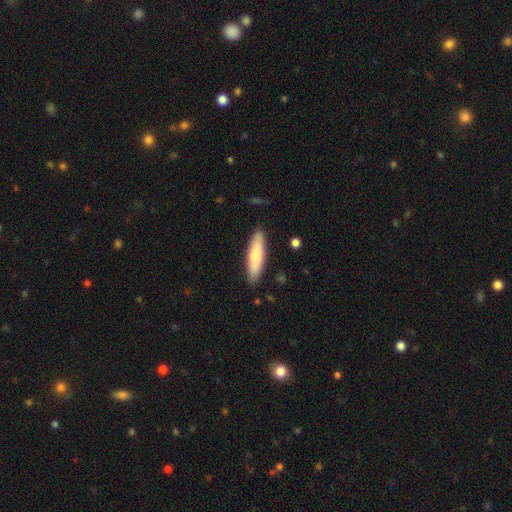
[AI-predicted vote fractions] smooth 76%, featured or disk 18%, star or artifact 5%. Down the decision tree: how rounded — cigar-shaped (70%); merging — none (88%).